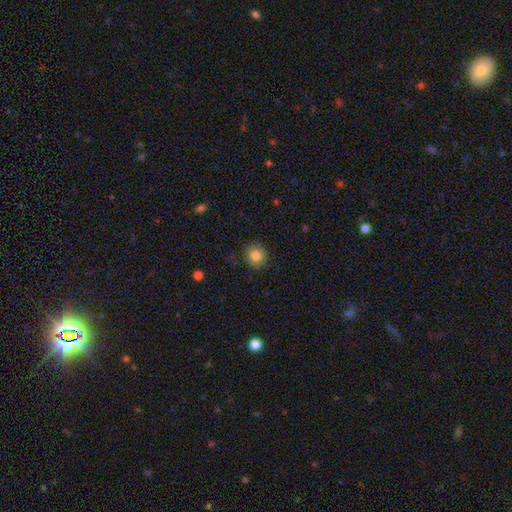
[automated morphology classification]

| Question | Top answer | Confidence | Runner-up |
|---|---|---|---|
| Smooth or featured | smooth | 82% | star or artifact (10%) |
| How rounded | round | 88% | in between (11%) |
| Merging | none | 88% | minor disturbance (8%) |